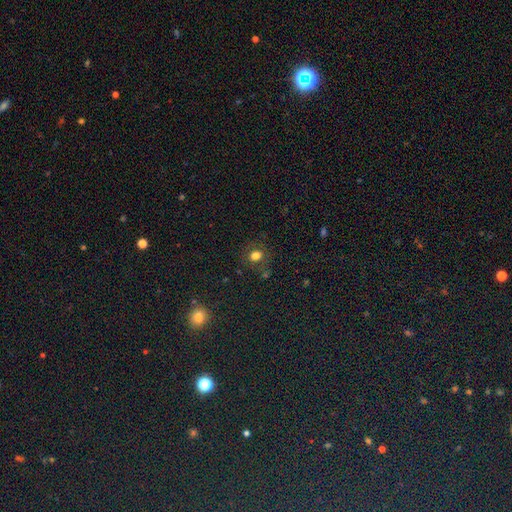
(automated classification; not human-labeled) Morphology: type=smooth (74%); roundness=round (70%); merging=none (79%).